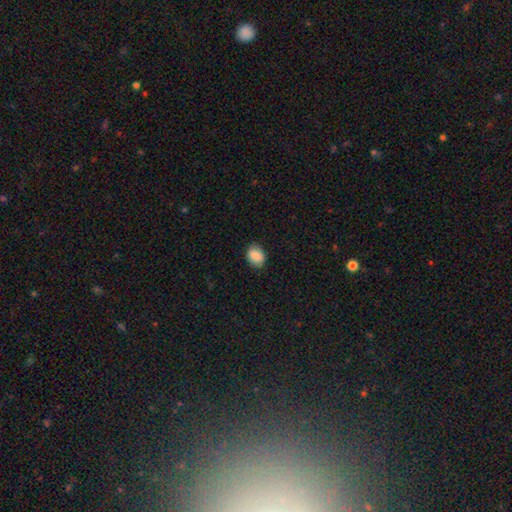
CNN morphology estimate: smooth 87%, star or artifact 8%, featured or disk 6%. Down the decision tree: how rounded — in between (64%); merging — none (85%).